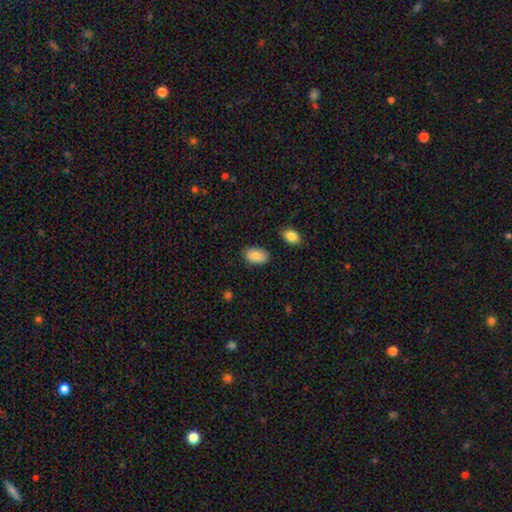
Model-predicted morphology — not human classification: A smooth galaxy with no disk features (87%) that is in between round and cigar-shaped (91%).

Vote fractions:
- Smooth or featured? smooth: 87% / star or artifact: 7% / featured or disk: 7%
- How rounded? in between: 91% / round: 7% / cigar-shaped: 1%
- Merging? none: 84% / minor disturbance: 11% / major disturbance: 3% / merger: 2%